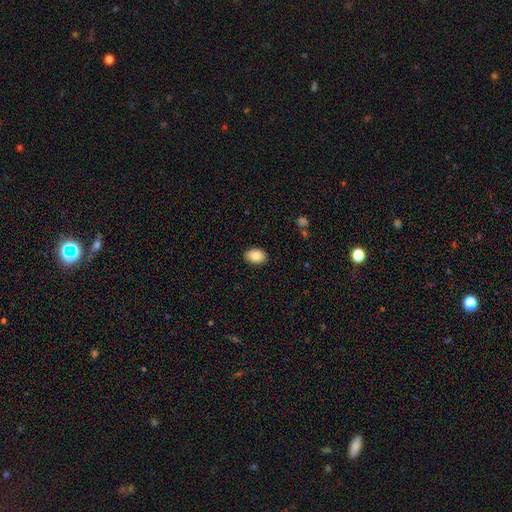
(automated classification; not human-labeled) smooth 87%, star or artifact 7%, featured or disk 6%. Down the decision tree: how rounded — in between (81%); merging — none (89%).